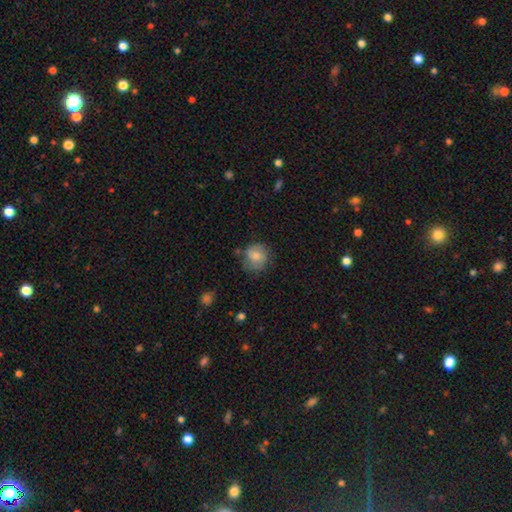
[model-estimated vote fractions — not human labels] Smooth or featured? Predicted: smooth (p=0.71). How rounded? Predicted: round (p=0.85). Merging? Predicted: none (p=0.70).